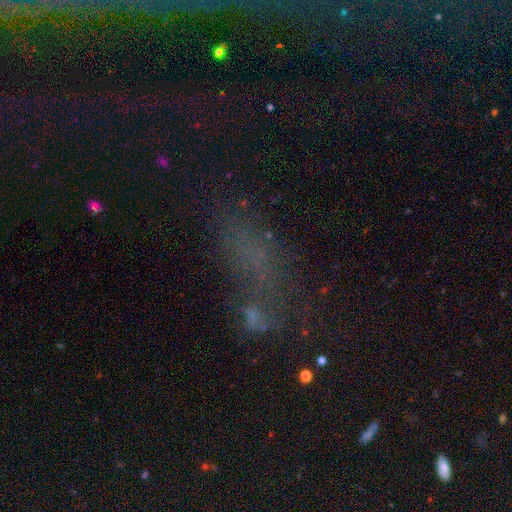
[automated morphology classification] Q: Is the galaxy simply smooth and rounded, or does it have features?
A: smooth — 43%.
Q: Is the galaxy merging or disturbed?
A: none — 37%.